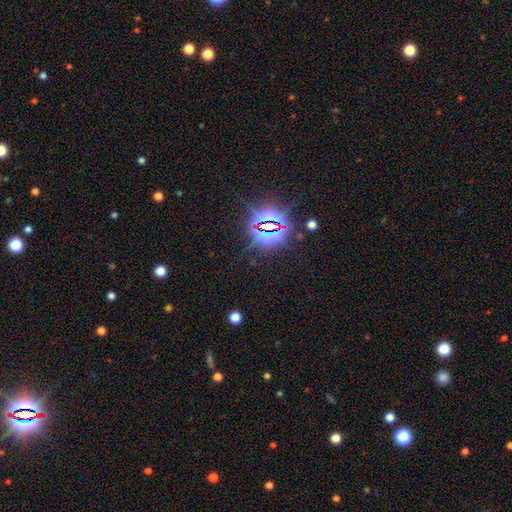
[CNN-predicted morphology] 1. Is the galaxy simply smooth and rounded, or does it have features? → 84% star or artifact, 9% smooth, 7% featured or disk.